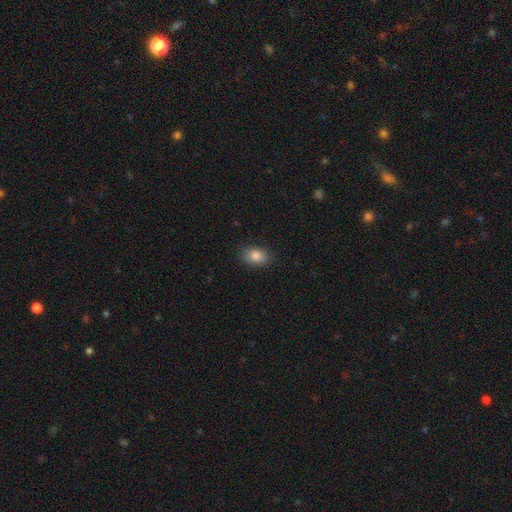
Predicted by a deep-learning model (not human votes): Q: Smooth or featured?
A: smooth (85%); runner-up: star or artifact (8%)
Q: How rounded?
A: in between (82%); runner-up: round (17%)
Q: Merging?
A: none (85%); runner-up: minor disturbance (11%)